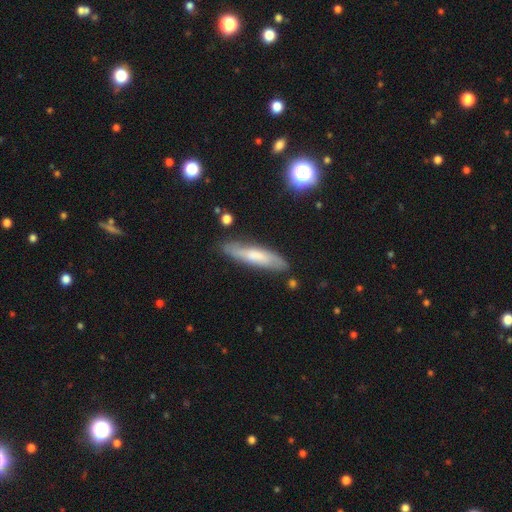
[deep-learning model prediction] A smooth galaxy with no disk features (54%) that is cigar-shaped (78%). Merging: none (81%).